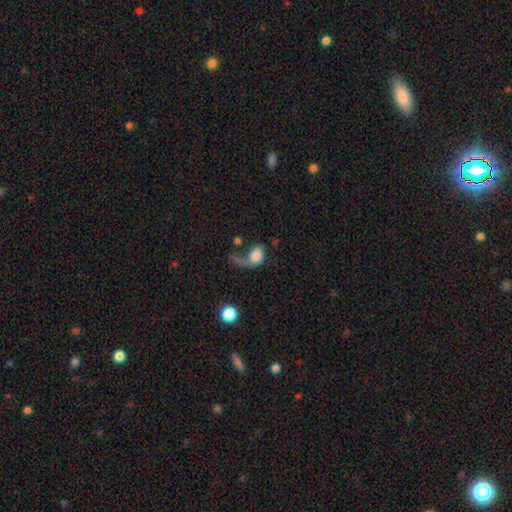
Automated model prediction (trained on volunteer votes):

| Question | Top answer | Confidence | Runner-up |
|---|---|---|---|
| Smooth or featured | smooth | 63% | featured or disk (28%) |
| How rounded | in between | 66% | round (32%) |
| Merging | major disturbance | 50% | none (22%) |